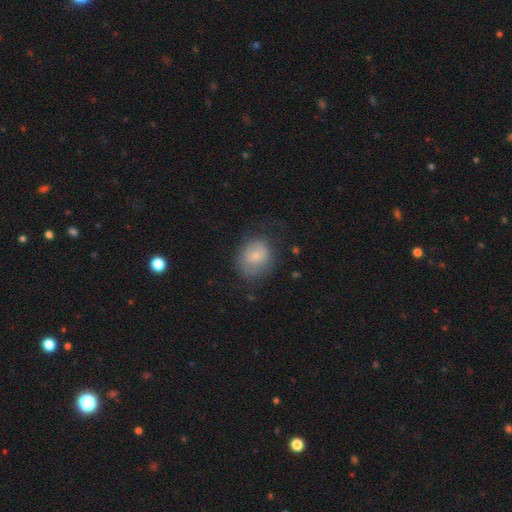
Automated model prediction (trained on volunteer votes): Q: Smooth or featured?
A: smooth (70%); runner-up: featured or disk (22%)
Q: How rounded?
A: round (59%); runner-up: in between (40%)
Q: Merging?
A: none (56%); runner-up: minor disturbance (26%)